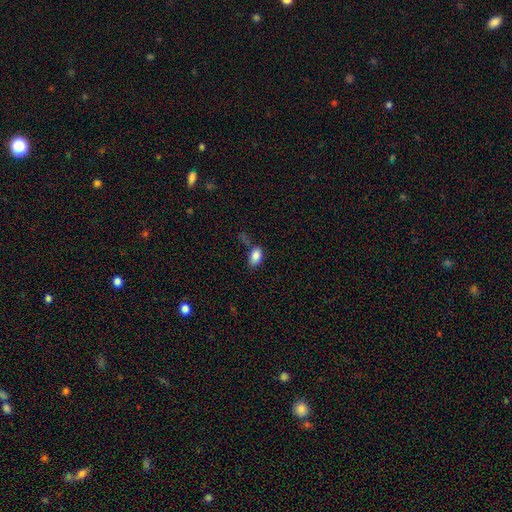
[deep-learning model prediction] This is clearly a smooth galaxy (86%). How rounded: clearly in between (91%). Merging: likely none (63%).